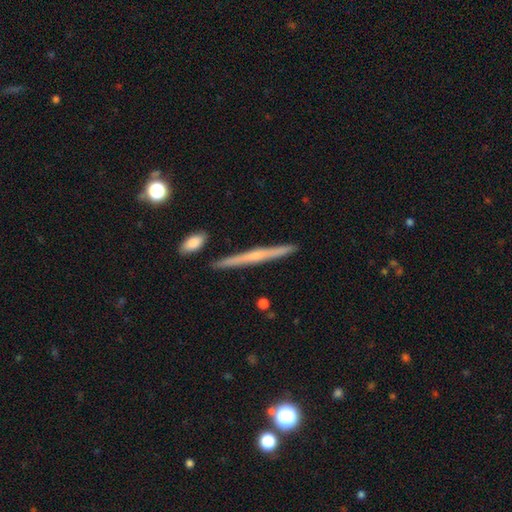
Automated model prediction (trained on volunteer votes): Q: Smooth or featured?
A: featured or disk (63%); runner-up: smooth (30%)
Q: Edge-on disk?
A: yes (97%); runner-up: no (3%)
Q: Edge-on bulge?
A: rounded (47%); tied with: none (47%)
Q: Merging?
A: none (90%); runner-up: minor disturbance (6%)